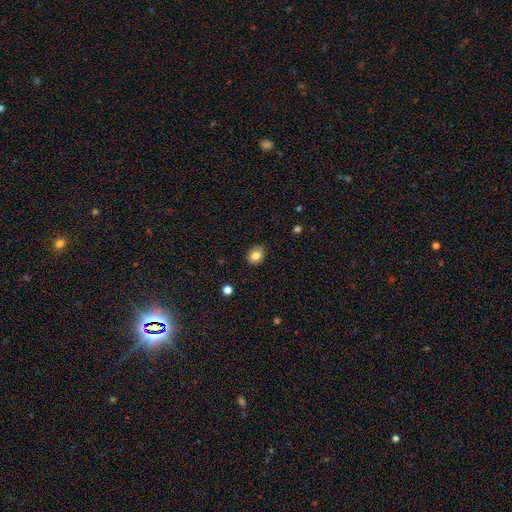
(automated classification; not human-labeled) The model was most divided on "how rounded": round: 55%, in between: 44%, cigar-shaped: 1%. More confident: merging — none (87%); smooth or featured — smooth (83%).